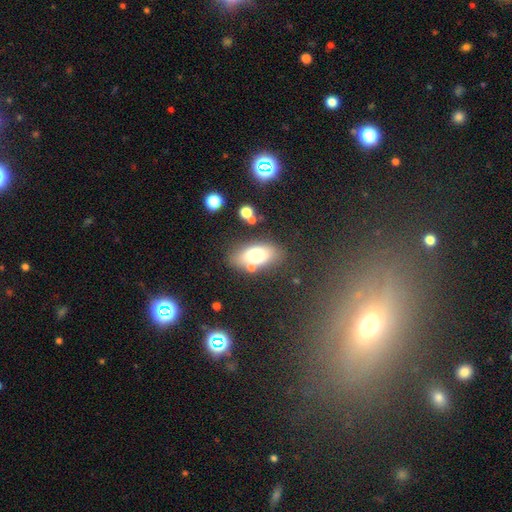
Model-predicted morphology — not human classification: Smooth or featured? smooth (71%)
How rounded? in between (86%)
Merging? none (73%)